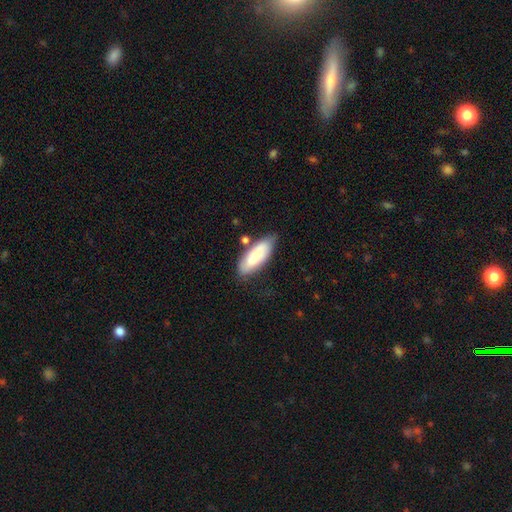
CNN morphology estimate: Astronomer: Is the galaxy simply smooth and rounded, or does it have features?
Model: smooth — 74%.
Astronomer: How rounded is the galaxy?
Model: in between — 73%.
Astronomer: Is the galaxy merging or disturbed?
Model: none — 66%.